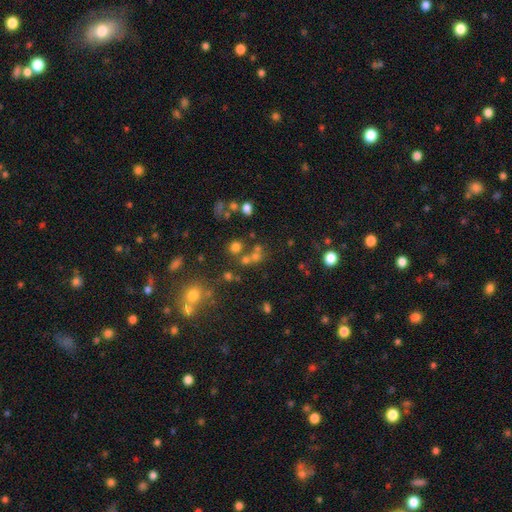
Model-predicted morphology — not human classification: Q: Smooth or featured?
A: smooth (54%); runner-up: star or artifact (32%)
Q: How rounded?
A: round (79%); runner-up: in between (19%)
Q: Merging?
A: none (56%); runner-up: merger (29%)